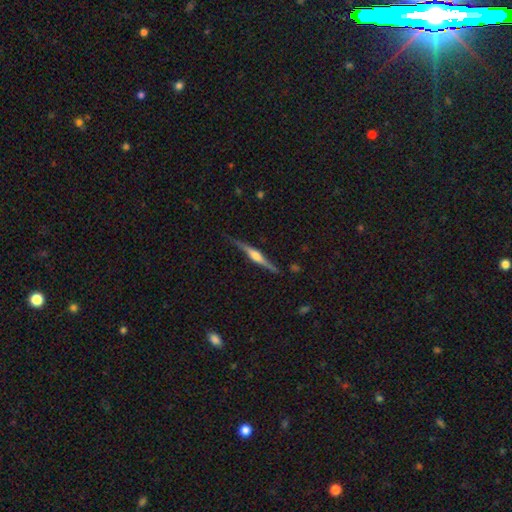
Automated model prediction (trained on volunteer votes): featured or disk 77%, smooth 17%, star or artifact 5%. Down the decision tree: edge-on disk — yes (98%); edge-on bulge — rounded (83%); merging — none (82%).